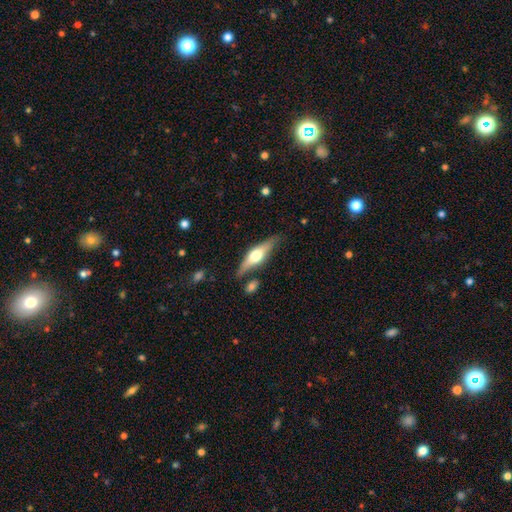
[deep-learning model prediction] A featured or disk galaxy (61%) viewed edge-on (93%) with a rounded central bulge (93%). Merging: none (78%).